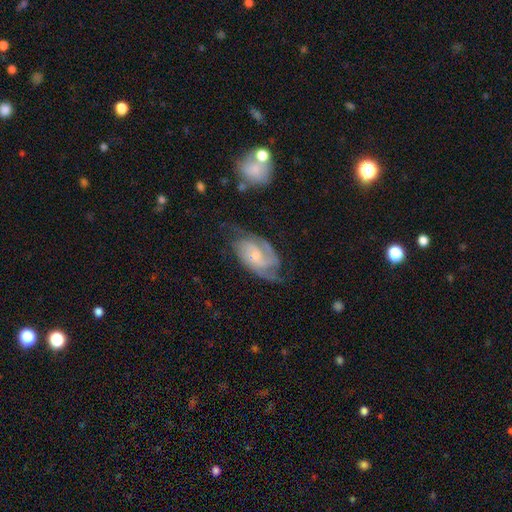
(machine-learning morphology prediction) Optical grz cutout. It shows a featured or disk galaxy (83%) with no bar (58%), 2 (56%) tight (46%) spiral arms (96%) and a small central bulge (64%). Merging: none (61%).